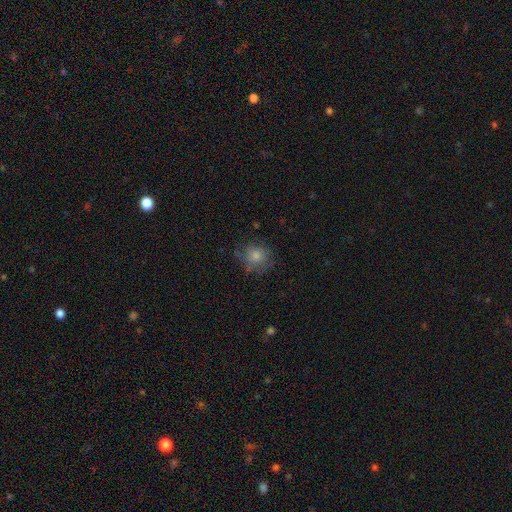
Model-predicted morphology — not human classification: A smooth galaxy with no disk features (61%) that is round (83%).

Vote fractions:
- Smooth or featured? smooth: 61% / featured or disk: 21% / star or artifact: 18%
- How rounded? round: 83% / in between: 16% / cigar-shaped: 1%
- Merging? none: 72% / minor disturbance: 18% / major disturbance: 8% / merger: 2%